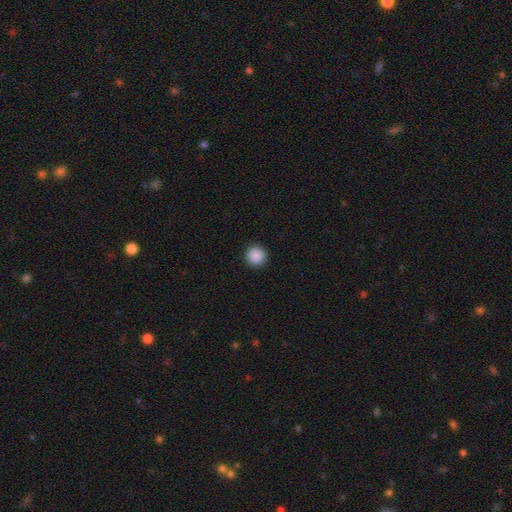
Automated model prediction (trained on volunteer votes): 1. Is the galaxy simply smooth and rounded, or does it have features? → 89% smooth, 8% star or artifact, 2% featured or disk.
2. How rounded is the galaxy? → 95% round, 4% in between, 1% cigar-shaped.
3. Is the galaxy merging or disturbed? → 93% none, 4% minor disturbance, 2% major disturbance, 1% merger.